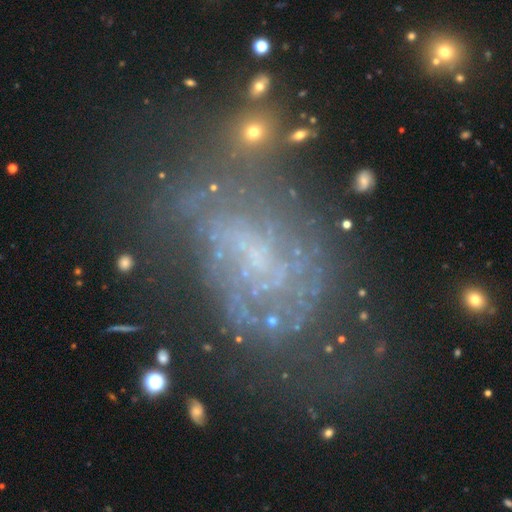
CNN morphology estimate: Smooth or featured? Predicted: featured or disk (p=0.68). Edge-on disk? Predicted: no (p=0.97). Bar? Predicted: no (p=0.68). Spiral arms? Predicted: yes (p=0.59). Bulge size? Predicted: none (p=0.57). Merging? Predicted: none (p=0.40).